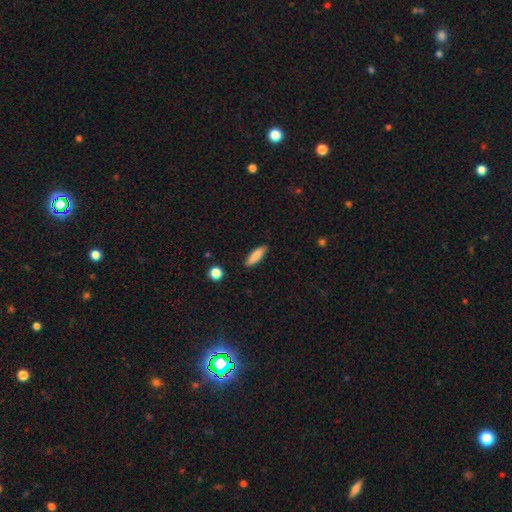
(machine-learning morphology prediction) type=smooth (83%); roundness=cigar-shaped (68%); merging=none (88%).